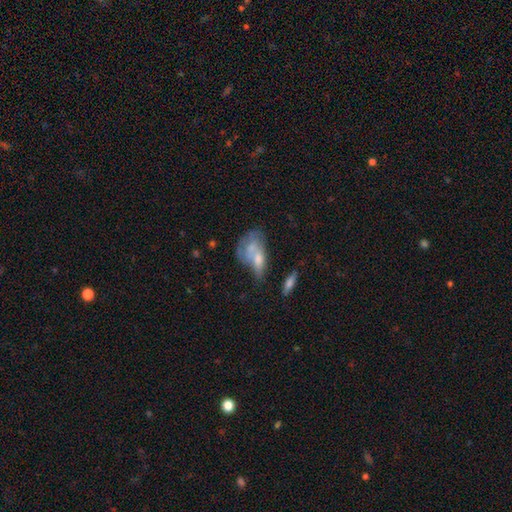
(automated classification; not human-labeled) Overall: smooth (52%; featured or disk 39%). How rounded: in between (82%). Merging: merger (33%; none 25%).